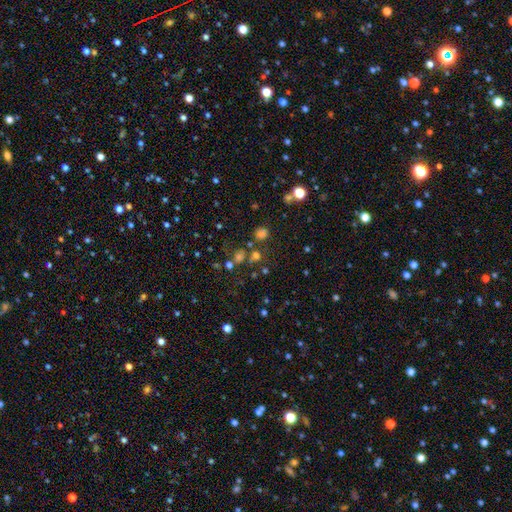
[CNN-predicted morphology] smooth_or_featured: smooth (p=0.56) [alt: star or artifact p=0.33]
how_rounded: round (p=0.76) [alt: in between p=0.23]
merging: none (p=0.61) [alt: merger p=0.21]